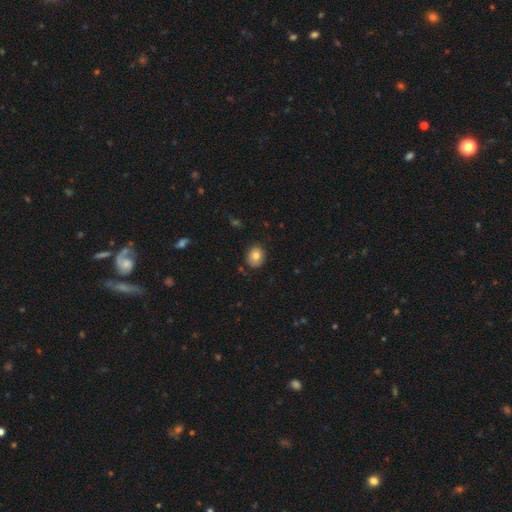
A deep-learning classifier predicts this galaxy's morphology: smooth-or-featured: smooth: 81% | featured or disk: 10% | star or artifact: 9%
  how-rounded: round: 59% | in between: 40% | cigar-shaped: 1%
  merging: none: 83% | minor disturbance: 13% | major disturbance: 2% | merger: 1%